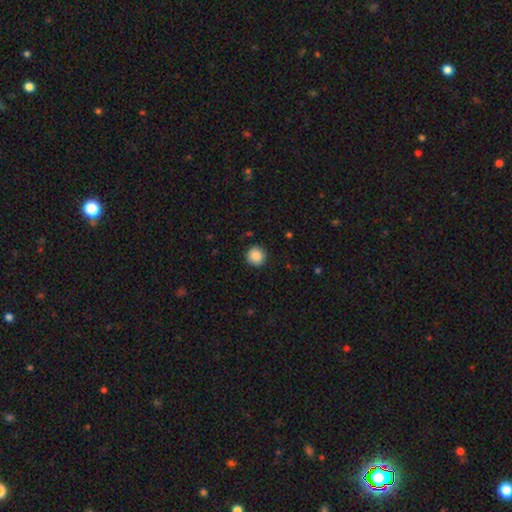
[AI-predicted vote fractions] Morphology: type=smooth (88%); roundness=round (94%); merging=none (91%).